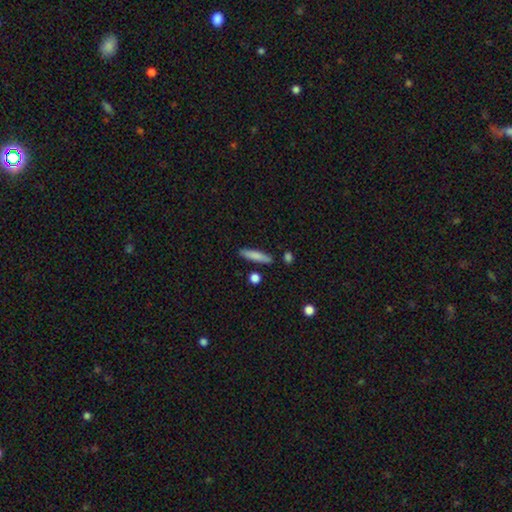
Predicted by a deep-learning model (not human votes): A smooth galaxy with no disk features (80%) that is cigar-shaped (84%).

Vote fractions:
- Smooth or featured? smooth: 80% / featured or disk: 14% / star or artifact: 6%
- How rounded? cigar-shaped: 84% / in between: 14% / round: 2%
- Merging? none: 84% / minor disturbance: 9% / merger: 4% / major disturbance: 2%